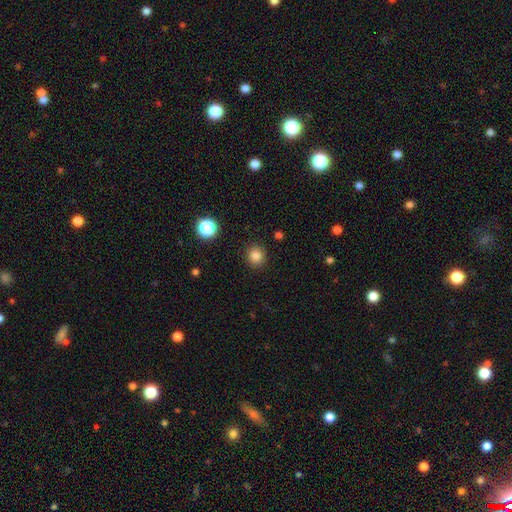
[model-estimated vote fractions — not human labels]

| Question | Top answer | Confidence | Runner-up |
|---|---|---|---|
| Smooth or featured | smooth | 83% | star or artifact (13%) |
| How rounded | round | 91% | in between (8%) |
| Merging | none | 91% | minor disturbance (6%) |